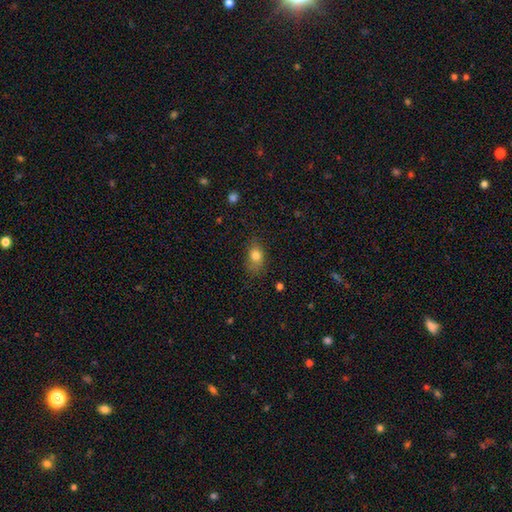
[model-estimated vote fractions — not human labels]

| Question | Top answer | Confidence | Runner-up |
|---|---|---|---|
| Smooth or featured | smooth | 79% | star or artifact (11%) |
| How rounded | in between | 72% | round (26%) |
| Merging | none | 71% | minor disturbance (21%) |